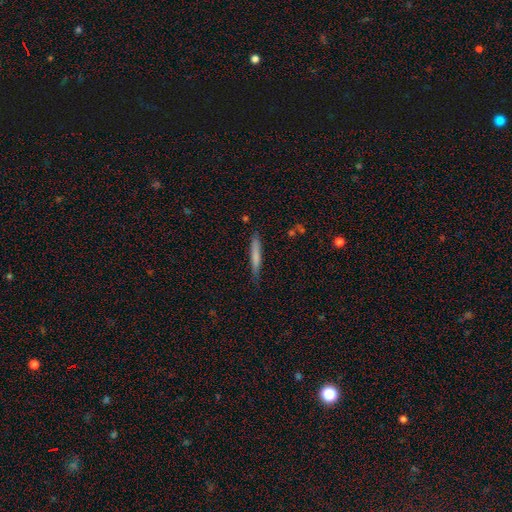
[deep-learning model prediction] Q: Smooth or featured?
A: smooth (72%); runner-up: featured or disk (22%)
Q: How rounded?
A: cigar-shaped (94%); runner-up: in between (4%)
Q: Merging?
A: none (83%); runner-up: minor disturbance (13%)